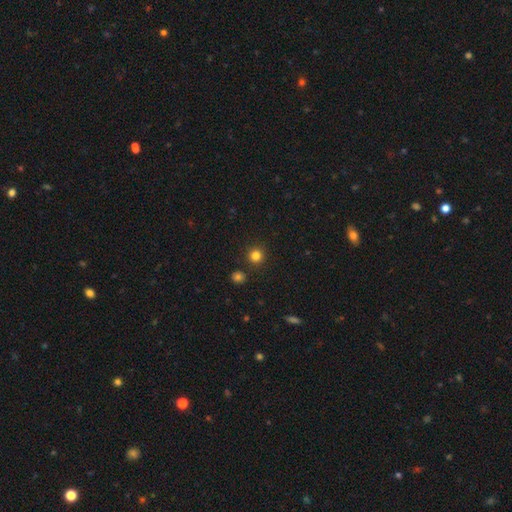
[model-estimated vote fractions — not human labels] Q: Smooth or featured?
A: smooth (82%); runner-up: star or artifact (14%)
Q: How rounded?
A: round (94%); runner-up: in between (5%)
Q: Merging?
A: none (89%); runner-up: minor disturbance (6%)